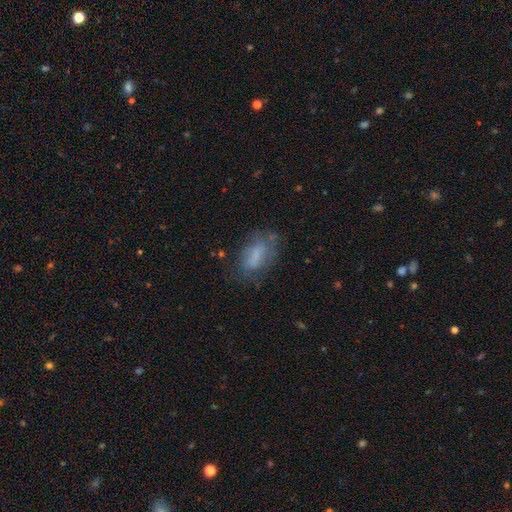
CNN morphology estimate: A smooth galaxy with no disk features (63%) that is in between round and cigar-shaped (85%).

Vote fractions:
- Smooth or featured? smooth: 63% / featured or disk: 26% / star or artifact: 10%
- How rounded? in between: 85% / cigar-shaped: 9% / round: 7%
- Merging? none: 55% / minor disturbance: 25% / major disturbance: 17% / merger: 3%